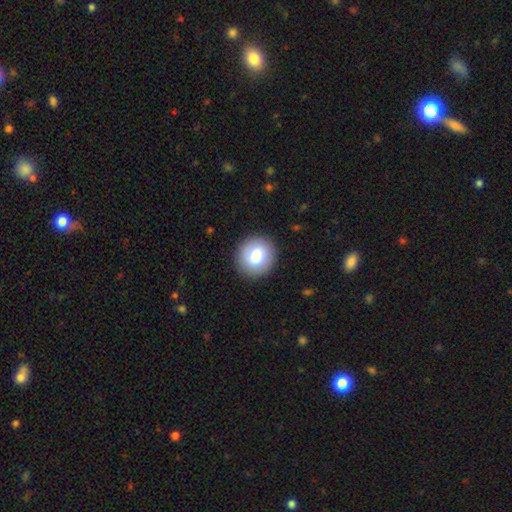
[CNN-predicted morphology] The model was most divided on "smooth or featured": smooth: 80%, featured or disk: 12%, star or artifact: 8%. More confident: merging — none (91%); how rounded — round (91%).